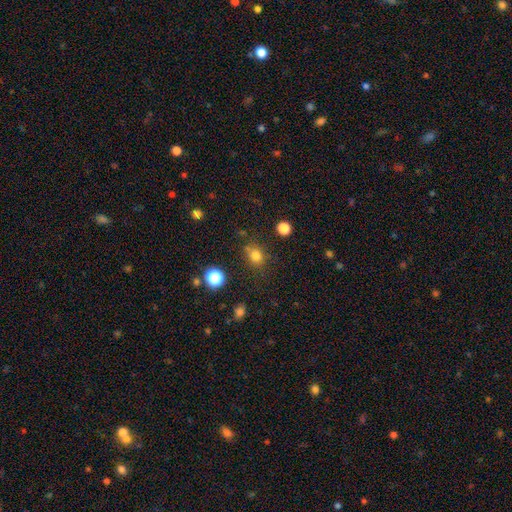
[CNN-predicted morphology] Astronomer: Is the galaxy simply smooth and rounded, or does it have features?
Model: smooth — 77%.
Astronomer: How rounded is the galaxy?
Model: round — 73%.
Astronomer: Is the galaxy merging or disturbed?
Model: none — 75%.